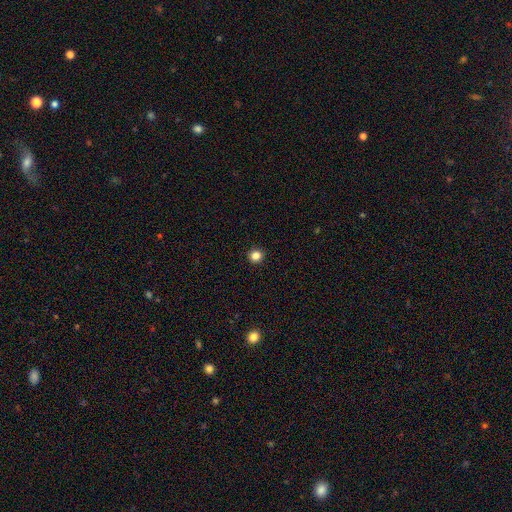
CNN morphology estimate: A smooth galaxy with no disk features (84%) that is round (92%).

Vote fractions:
- Smooth or featured? smooth: 84% / star or artifact: 12% / featured or disk: 4%
- How rounded? round: 92% / in between: 7% / cigar-shaped: 1%
- Merging? none: 93% / minor disturbance: 4% / major disturbance: 1% / merger: 1%